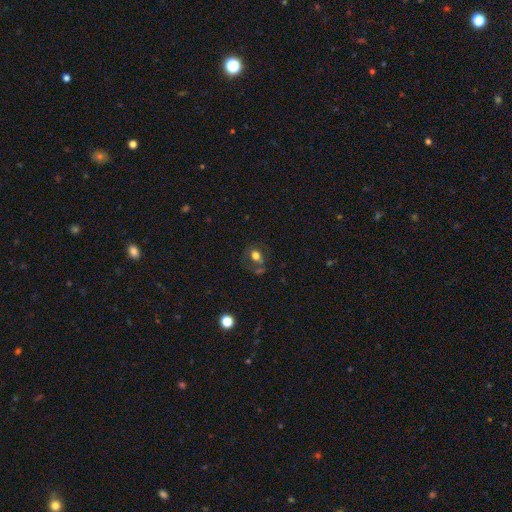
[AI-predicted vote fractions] Morphology: type=smooth (65%); roundness=in between (60%); merging=none (50%).